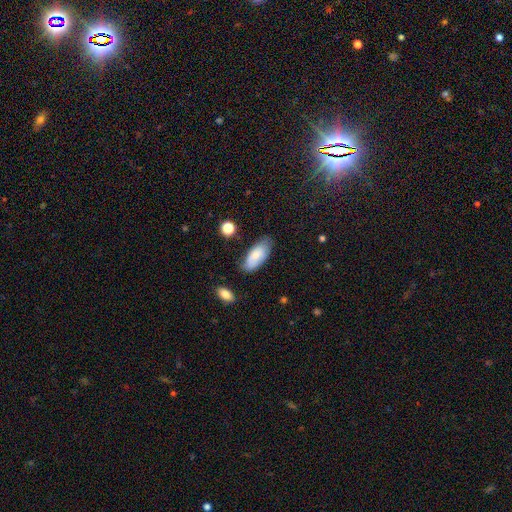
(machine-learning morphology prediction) The model was most divided on "merging": none: 68%, minor disturbance: 24%, major disturbance: 5%, merger: 2%. More confident: how rounded — in between (88%); smooth or featured — smooth (76%).